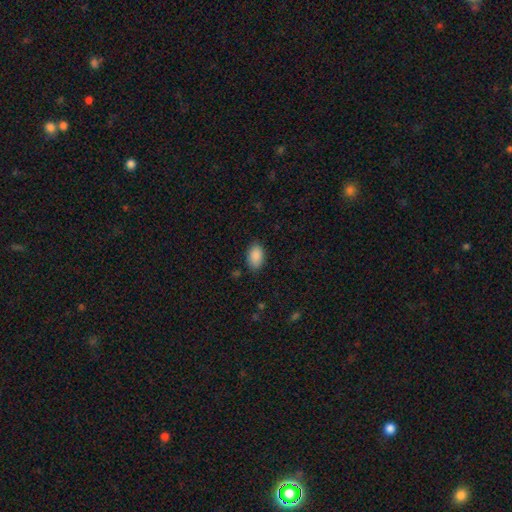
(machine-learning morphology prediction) smooth-or-featured: smooth: 90% | star or artifact: 7% | featured or disk: 3%
  how-rounded: in between: 92% | round: 6% | cigar-shaped: 1%
  merging: none: 84% | minor disturbance: 12% | major disturbance: 3% | merger: 1%